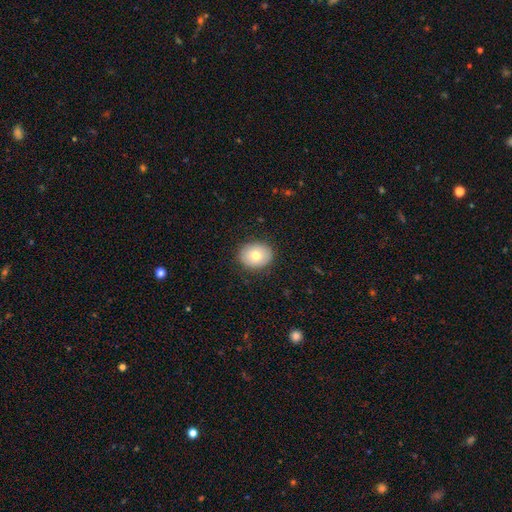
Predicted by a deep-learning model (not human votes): smooth-or-featured: smooth: 74% | featured or disk: 17% | star or artifact: 9%
  how-rounded: round: 56% | in between: 43% | cigar-shaped: 1%
  merging: none: 88% | minor disturbance: 9% | major disturbance: 2% | merger: 1%